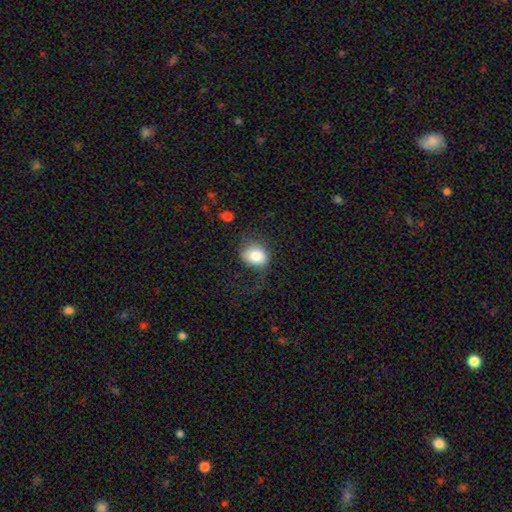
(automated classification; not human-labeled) Morphology: type=smooth (80%); roundness=round (55%); merging=none (49%).